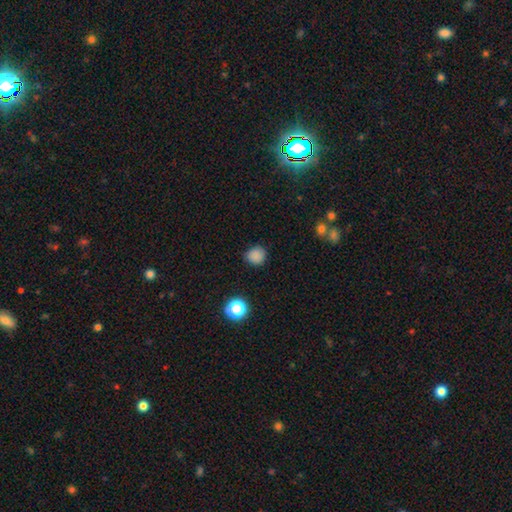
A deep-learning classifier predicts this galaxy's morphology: type=smooth (83%); roundness=round (84%); merging=none (80%).